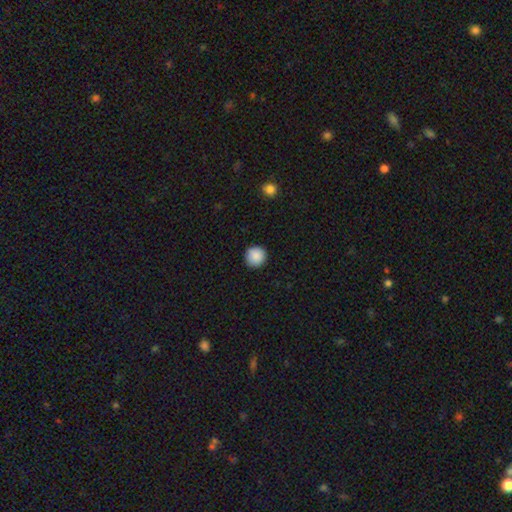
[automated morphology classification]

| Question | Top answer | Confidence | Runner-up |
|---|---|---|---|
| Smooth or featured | smooth | 89% | star or artifact (8%) |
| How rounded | round | 96% | in between (3%) |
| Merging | none | 93% | minor disturbance (5%) |